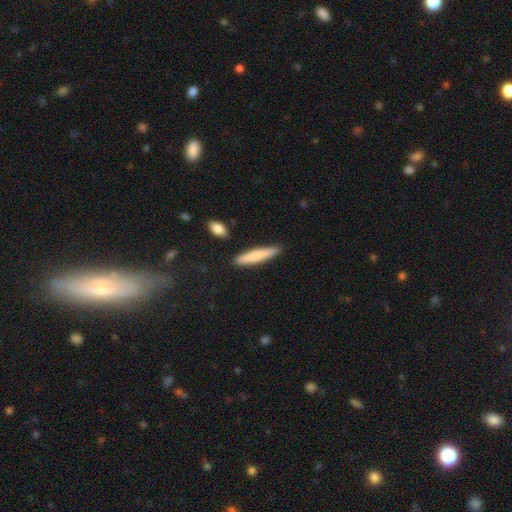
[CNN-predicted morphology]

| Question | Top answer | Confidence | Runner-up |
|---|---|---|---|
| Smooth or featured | smooth | 78% | featured or disk (16%) |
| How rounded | cigar-shaped | 90% | in between (8%) |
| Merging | none | 86% | minor disturbance (10%) |